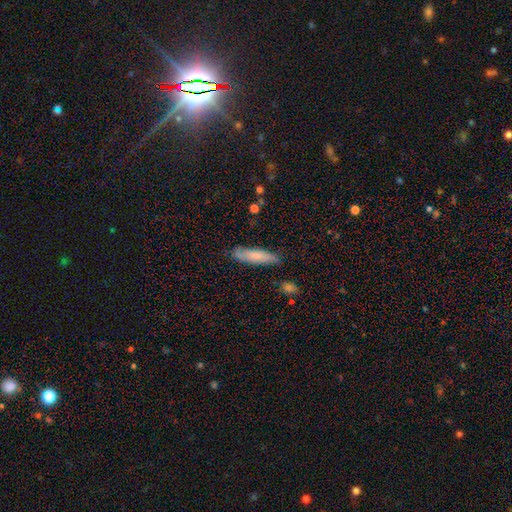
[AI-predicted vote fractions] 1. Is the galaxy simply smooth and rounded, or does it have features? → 71% smooth, 22% featured or disk, 7% star or artifact.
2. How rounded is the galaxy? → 75% cigar-shaped, 23% in between, 2% round.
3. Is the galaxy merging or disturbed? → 78% none, 17% minor disturbance, 3% major disturbance, 2% merger.